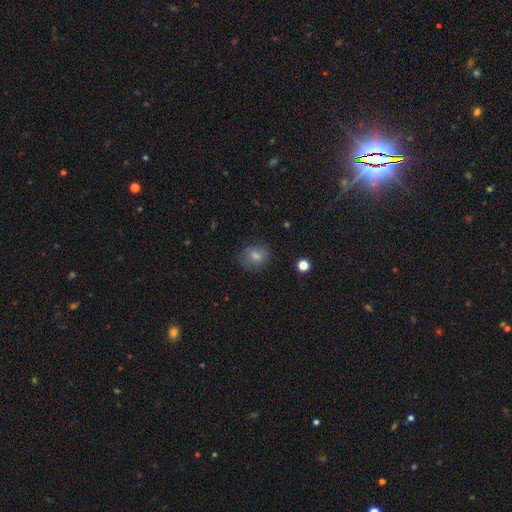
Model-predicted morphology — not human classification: This is likely a smooth galaxy (77%). How rounded: possibly round (50%). Merging: likely none (72%).